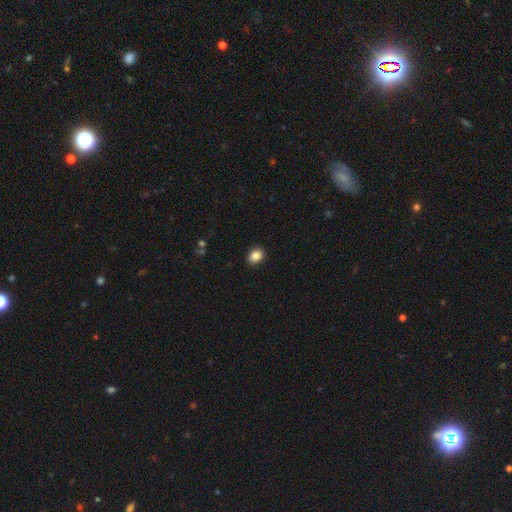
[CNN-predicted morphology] A smooth galaxy with no disk features (86%) that is in between round and cigar-shaped (52%). Merging: none (90%).